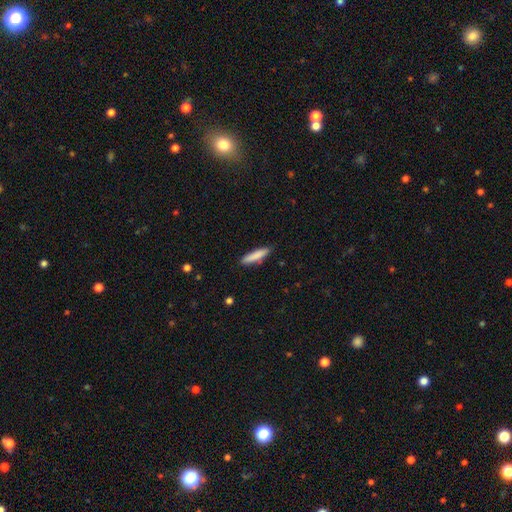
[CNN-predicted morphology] type=smooth (84%); roundness=cigar-shaped (86%); merging=none (87%).